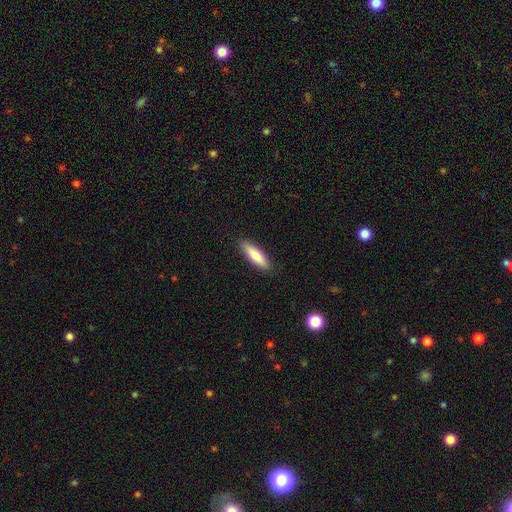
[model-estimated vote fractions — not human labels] Q: Smooth or featured?
A: smooth (81%); runner-up: featured or disk (14%)
Q: How rounded?
A: cigar-shaped (67%); runner-up: in between (32%)
Q: Merging?
A: none (89%); runner-up: minor disturbance (8%)